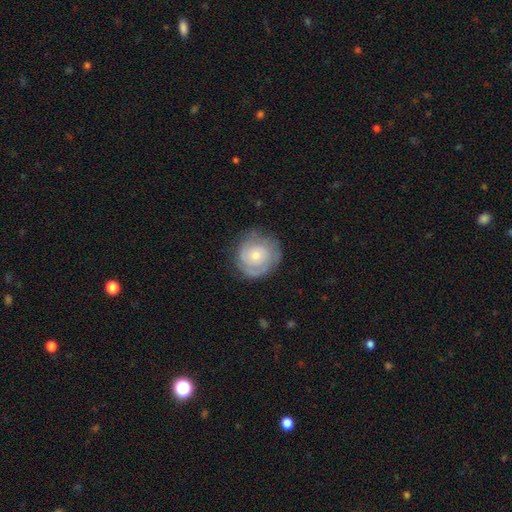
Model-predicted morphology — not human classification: Smooth or featured? Predicted: featured or disk (p=0.54). Edge-on disk? Predicted: no (p=0.97). Bar? Predicted: no (p=0.84). Spiral arms? Predicted: yes (p=0.73). Bulge size? Predicted: small (p=0.52). Merging? Predicted: none (p=0.72).